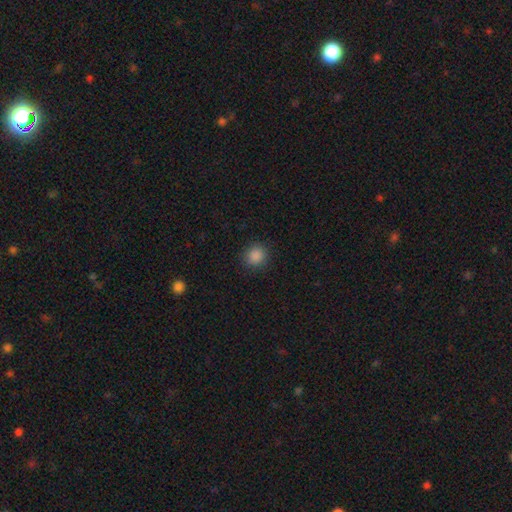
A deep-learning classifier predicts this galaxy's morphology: Smooth or featured? Predicted: smooth (p=0.86). How rounded? Predicted: round (p=0.85). Merging? Predicted: none (p=0.89).